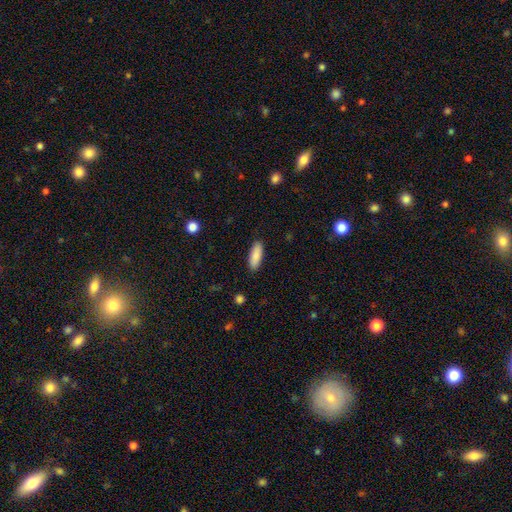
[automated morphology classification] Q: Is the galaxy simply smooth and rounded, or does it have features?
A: smooth — 87%.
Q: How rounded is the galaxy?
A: in between — 63%.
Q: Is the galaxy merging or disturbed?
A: none — 90%.